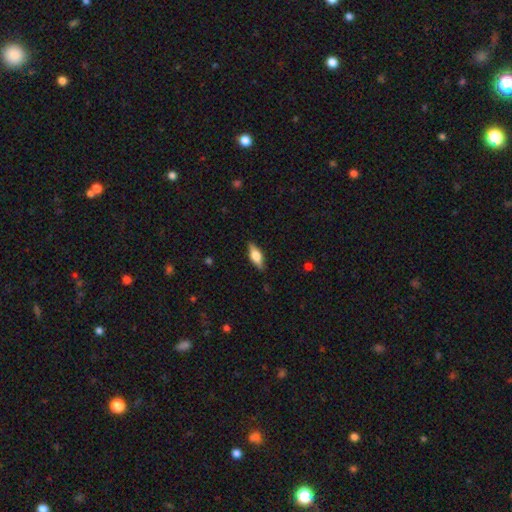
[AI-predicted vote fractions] A smooth galaxy with no disk features (50%) that is in between round and cigar-shaped (65%).

Vote fractions:
- Smooth or featured? smooth: 50% / featured or disk: 43% / star or artifact: 7%
- How rounded? in between: 65% / cigar-shaped: 32% / round: 3%
- Merging? none: 86% / minor disturbance: 11% / major disturbance: 2% / merger: 1%